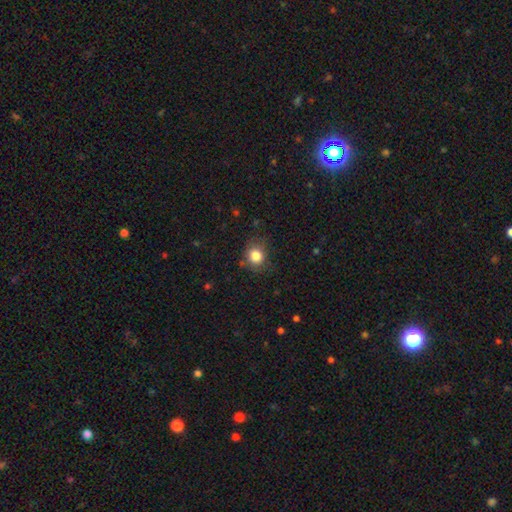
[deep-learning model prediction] Smooth or featured: smooth — 83% (star or artifact — 11%)
How rounded: round — 80% (in between — 19%)
Merging: none — 75% (minor disturbance — 18%)